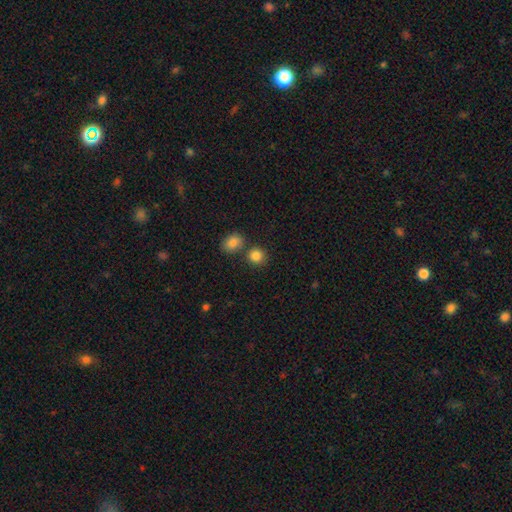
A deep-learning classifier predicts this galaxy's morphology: This is clearly a smooth galaxy (85%). How rounded: clearly round (84%). Merging: likely none (71%).